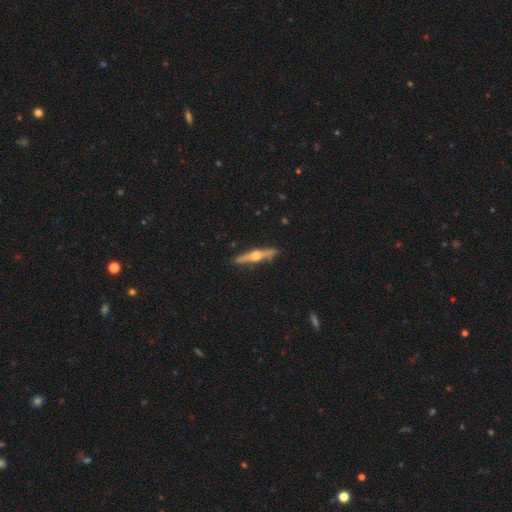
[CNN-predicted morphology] smooth_or_featured: featured or disk (p=0.75) [alt: smooth p=0.20]
disk_edge_on: yes (p=0.97) [alt: no p=0.03]
edge_on_bulge: rounded (p=0.95) [alt: boxy p=0.03]
merging: none (p=0.90) [alt: minor disturbance p=0.07]